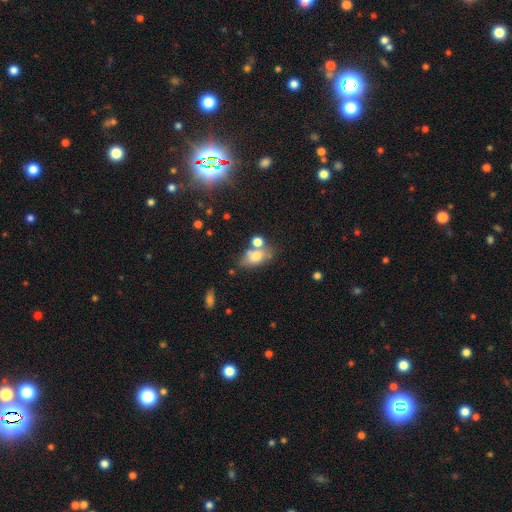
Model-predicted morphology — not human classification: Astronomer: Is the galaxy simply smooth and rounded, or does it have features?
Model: smooth — 71%.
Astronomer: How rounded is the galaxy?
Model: in between — 80%.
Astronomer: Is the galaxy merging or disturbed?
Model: none — 49% (runner-up: merger, 28%).